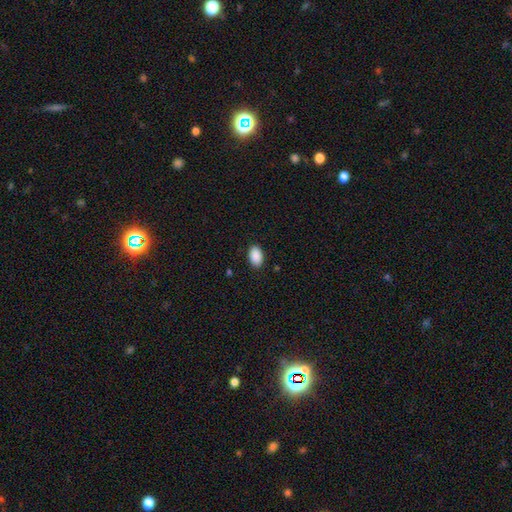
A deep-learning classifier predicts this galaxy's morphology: This appears to be a smooth galaxy with no disk features (91%) that is in between round and cigar-shaped (92%). Merging: none (89%).